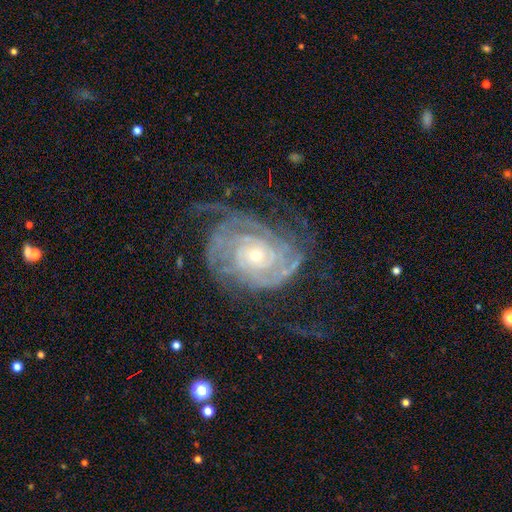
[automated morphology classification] Smooth or featured: featured or disk — 89% (star or artifact — 6%)
Edge-on disk: no — 97% (yes — 3%)
Bar: no — 78% (weak — 16%)
Spiral arms: yes — 97% (no — 3%)
Spiral winding: tight — 74% (medium — 20%)
Spiral arm count: can't tell — 28% (2 — 26%)
Bulge size: small — 66% (moderate — 31%)
Merging: none — 59% (major disturbance — 21%)